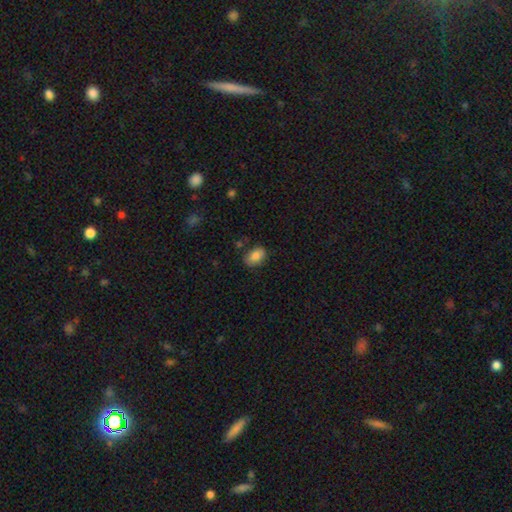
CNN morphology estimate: smooth-or-featured: smooth: 84% | featured or disk: 8% | star or artifact: 8%
  how-rounded: in between: 85% | round: 13% | cigar-shaped: 1%
  merging: none: 77% | minor disturbance: 17% | major disturbance: 3% | merger: 3%